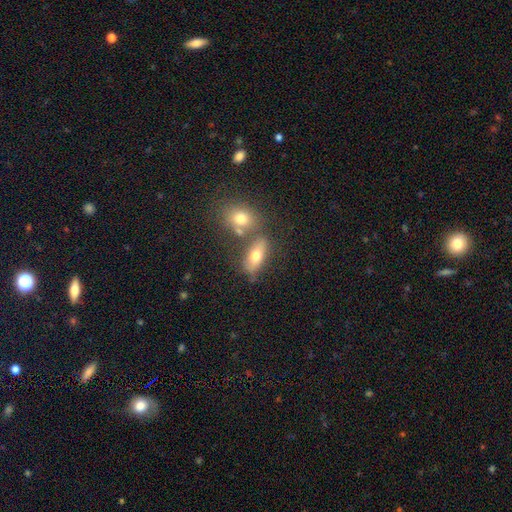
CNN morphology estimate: Smooth or featured? smooth (67%)
How rounded? in between (76%)
Merging? none (58%)